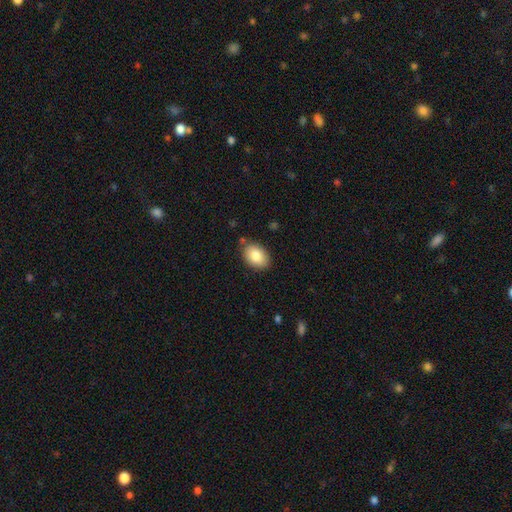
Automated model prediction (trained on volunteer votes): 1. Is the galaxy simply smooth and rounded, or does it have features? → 84% smooth, 9% featured or disk, 7% star or artifact.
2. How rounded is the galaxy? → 83% in between, 16% round, 1% cigar-shaped.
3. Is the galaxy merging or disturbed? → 82% none, 13% minor disturbance, 3% major disturbance, 3% merger.